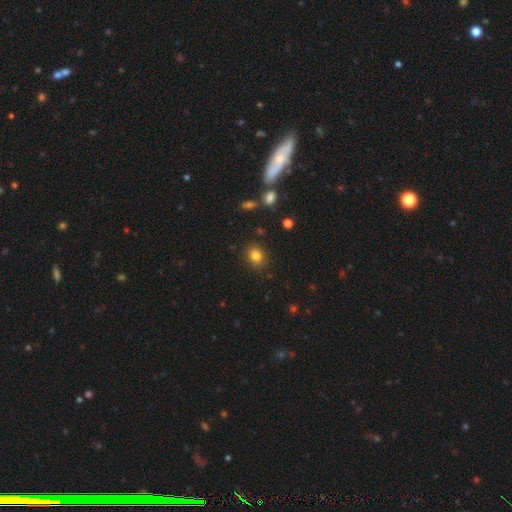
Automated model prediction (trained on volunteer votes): Smooth or featured? Predicted: smooth (p=0.82). How rounded? Predicted: round (p=0.68). Merging? Predicted: none (p=0.86).